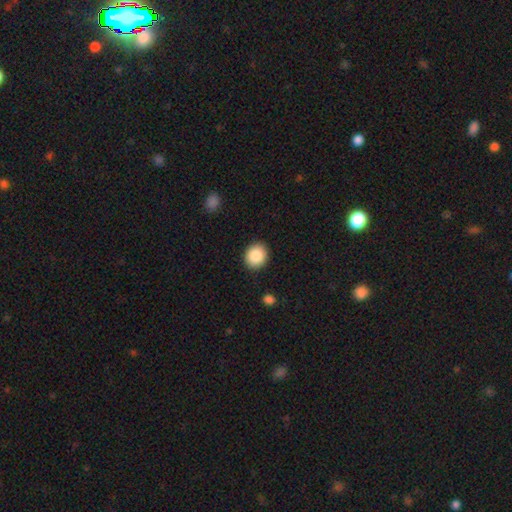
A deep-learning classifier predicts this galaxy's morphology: smooth_or_featured: smooth (p=0.87) [alt: star or artifact p=0.08]
how_rounded: round (p=0.70) [alt: in between p=0.29]
merging: none (p=0.90) [alt: minor disturbance p=0.07]